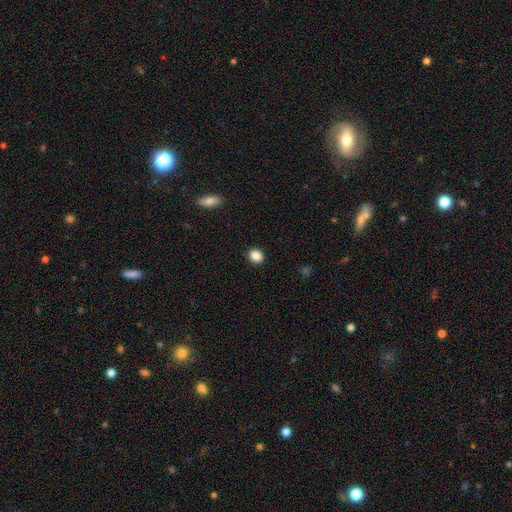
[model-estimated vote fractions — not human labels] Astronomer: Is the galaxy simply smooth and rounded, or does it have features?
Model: smooth — 87%.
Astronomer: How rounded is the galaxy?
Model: round — 58% (runner-up: in between, 41%).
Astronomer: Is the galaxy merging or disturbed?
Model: none — 90%.